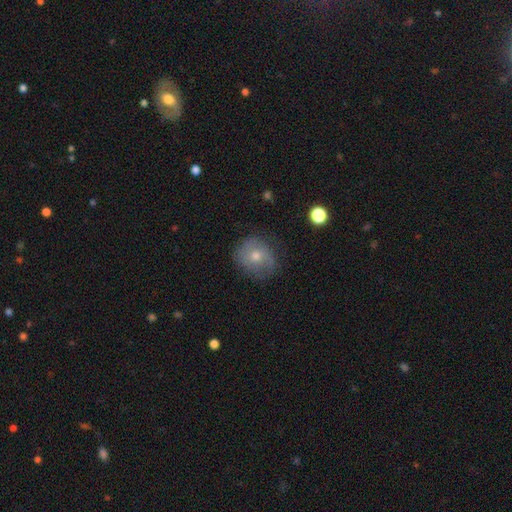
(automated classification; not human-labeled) A smooth galaxy with no disk features (52%) that is round (79%). Merging: none (76%).